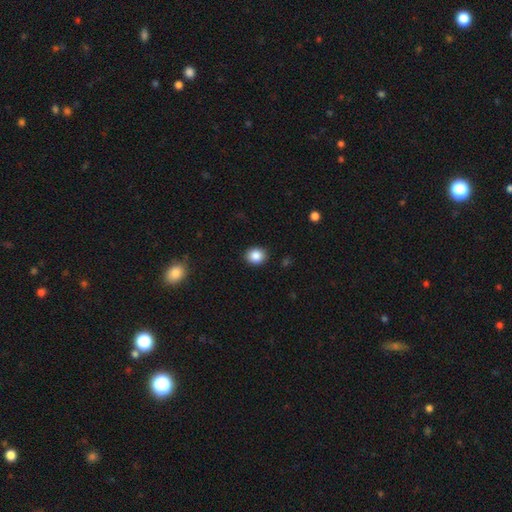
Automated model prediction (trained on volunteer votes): A smooth galaxy with no disk features (87%) that is round (68%). Merging: none (90%).